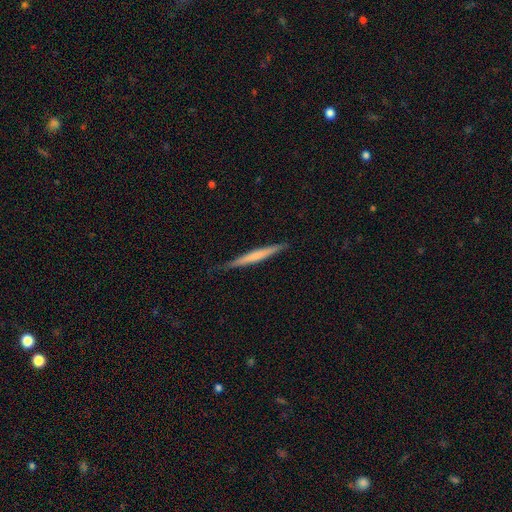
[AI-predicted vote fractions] The model was most divided on "smooth or featured": smooth: 52%, featured or disk: 43%, star or artifact: 5%. More confident: how rounded — cigar-shaped (96%); merging — none (86%).